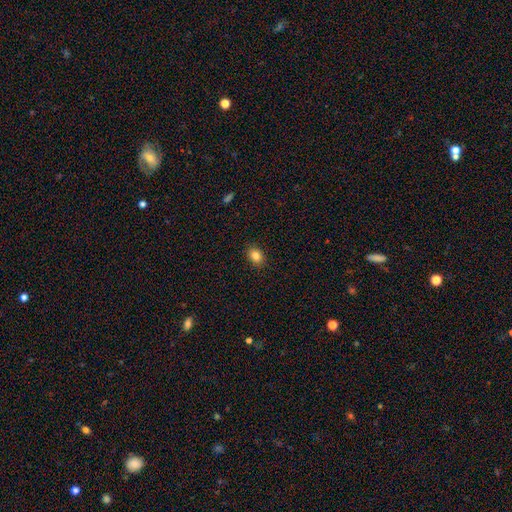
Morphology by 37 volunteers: A smooth galaxy with no disk features (86%) that is in between round and cigar-shaped (53%). Merging: none (89%).